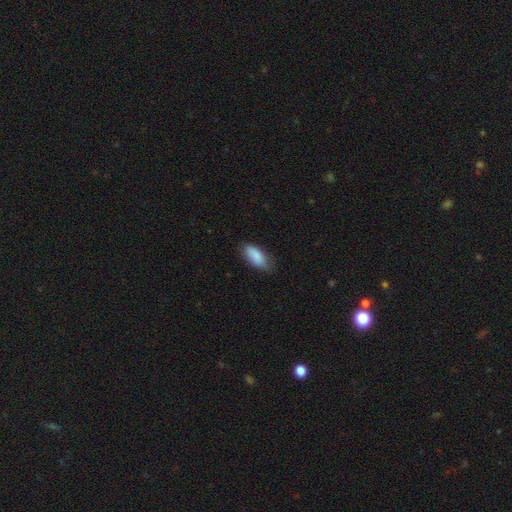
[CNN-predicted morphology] smooth-or-featured: smooth: 87% | featured or disk: 7% | star or artifact: 6%
  how-rounded: in between: 87% | cigar-shaped: 11% | round: 2%
  merging: none: 71% | minor disturbance: 23% | major disturbance: 4% | merger: 1%